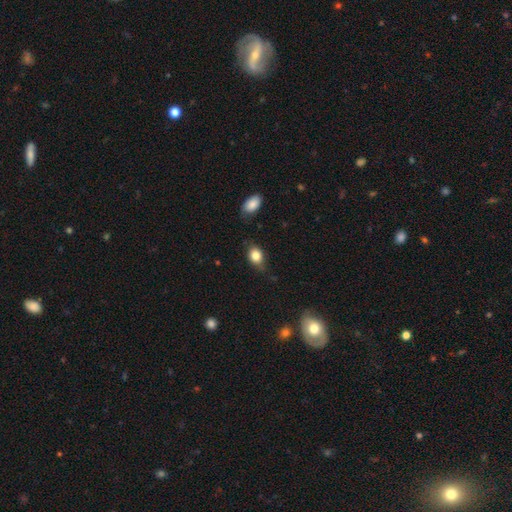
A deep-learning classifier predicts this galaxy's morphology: smooth_or_featured: smooth (p=0.83) [alt: featured or disk p=0.09]
how_rounded: in between (p=0.69) [alt: round p=0.30]
merging: none (p=0.67) [alt: minor disturbance p=0.25]